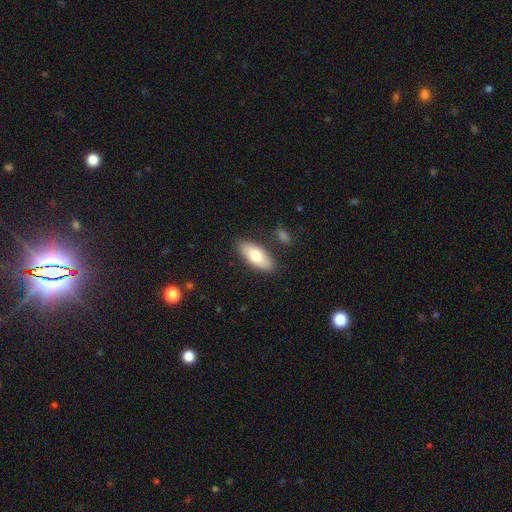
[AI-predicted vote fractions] smooth 73%, featured or disk 21%, star or artifact 6%. Down the decision tree: how rounded — in between (86%); merging — none (84%).